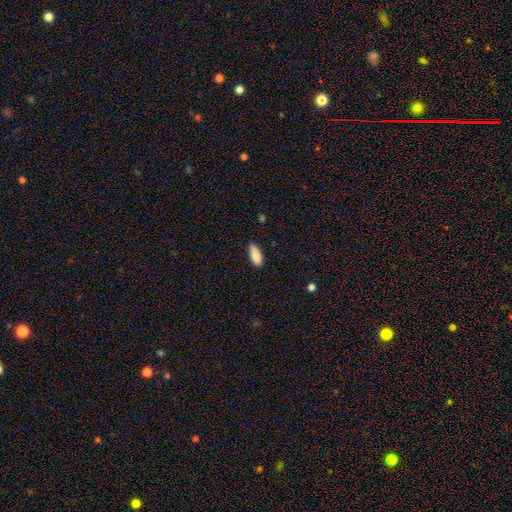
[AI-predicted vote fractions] Overall: smooth (86%). How rounded: in between (79%). Merging: none (75%).